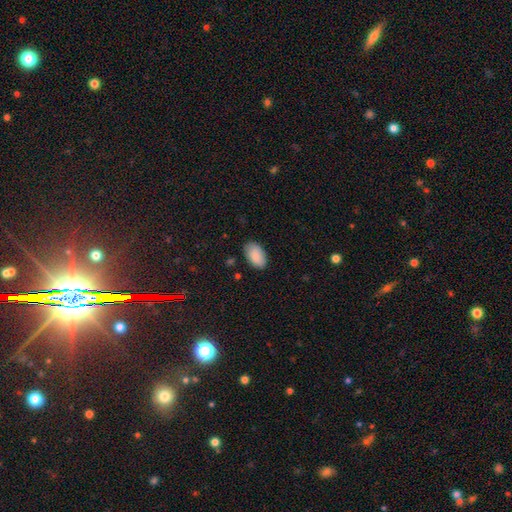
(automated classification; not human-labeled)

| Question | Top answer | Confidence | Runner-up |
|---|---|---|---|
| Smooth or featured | smooth | 86% | featured or disk (7%) |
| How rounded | in between | 94% | round (5%) |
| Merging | none | 83% | minor disturbance (13%) |